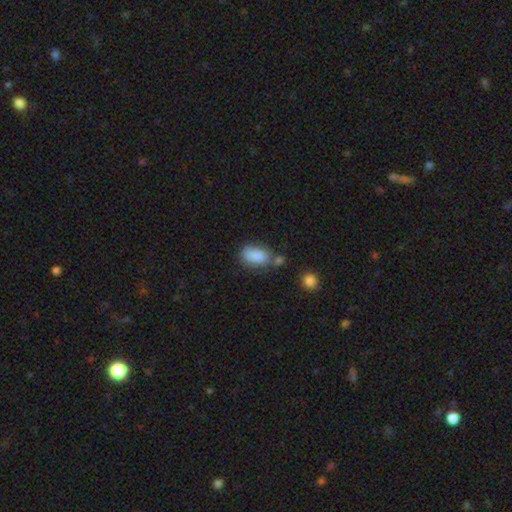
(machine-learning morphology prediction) Smooth or featured: smooth — 85% (star or artifact — 8%)
How rounded: in between — 89% (round — 8%)
Merging: none — 48% (merger — 23%)